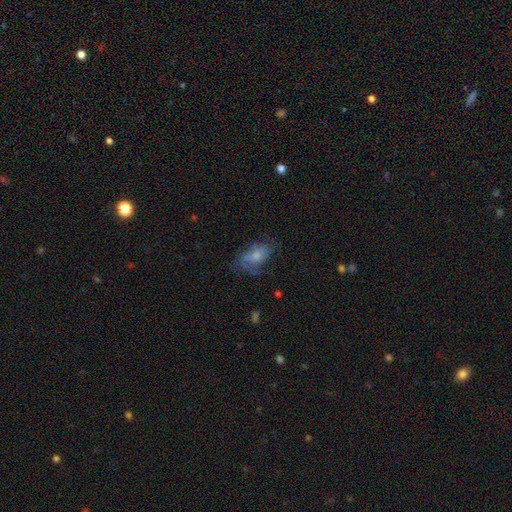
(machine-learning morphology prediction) smooth_or_featured: smooth (p=0.57) [alt: featured or disk p=0.34]
how_rounded: in between (p=0.88) [alt: round p=0.08]
merging: none (p=0.48) [alt: minor disturbance p=0.28]